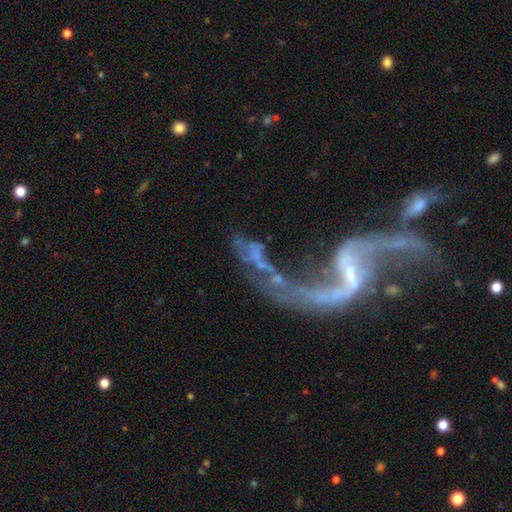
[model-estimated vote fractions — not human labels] This is clearly a featured or disk galaxy (84%). It is clearly not viewed edge-on (95%). Bar: marginally weak (41%). Spiral arm pattern: clearly yes (84%). Spiral arm count: clearly 2 (84%). Spiral winding: clearly loose (92%). Central bulge: possibly small (53%). Merging: marginally major disturbance (31%).